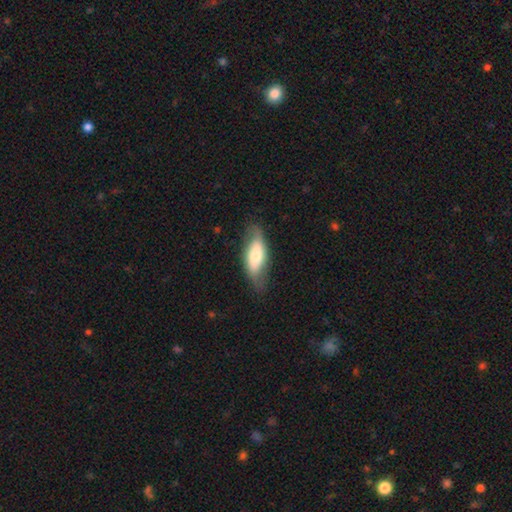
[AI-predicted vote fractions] This is possibly a smooth galaxy (57%). How rounded: likely in between (75%). Merging: likely none (72%).